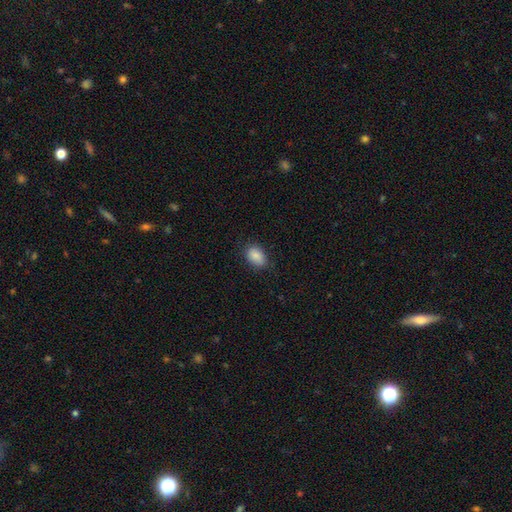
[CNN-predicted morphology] Smooth or featured? Predicted: smooth (p=0.87). How rounded? Predicted: in between (p=0.80). Merging? Predicted: none (p=0.79).